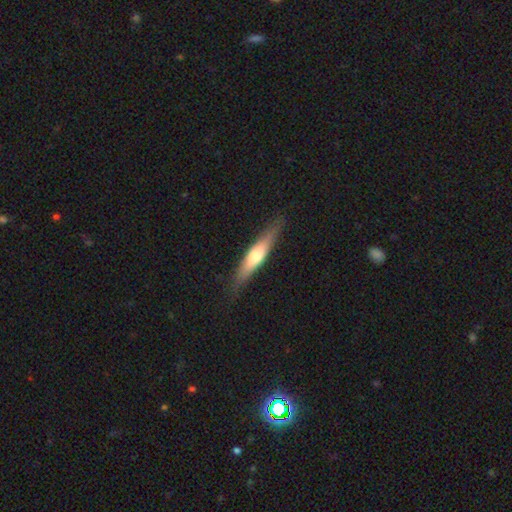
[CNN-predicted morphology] Smooth or featured?
  - smooth: 56% *
  - featured or disk: 39%
  - star or artifact: 5%
How rounded?
  - cigar-shaped: 79% *
  - in between: 19%
  - round: 2%
Merging?
  - none: 83% *
  - minor disturbance: 13%
  - major disturbance: 3%
  - merger: 1%